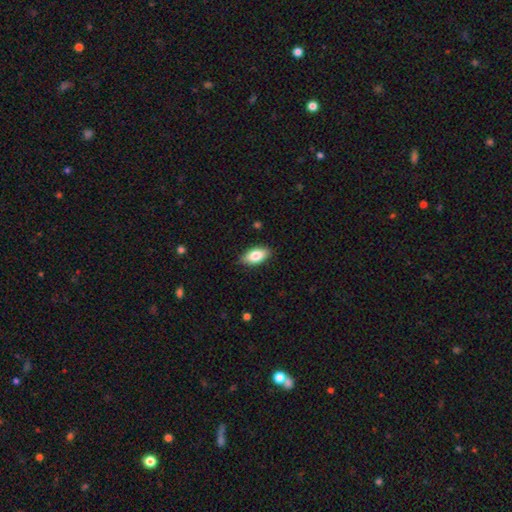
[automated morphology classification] Q: Smooth or featured?
A: smooth (82%); runner-up: featured or disk (11%)
Q: How rounded?
A: in between (91%); runner-up: cigar-shaped (6%)
Q: Merging?
A: none (86%); runner-up: minor disturbance (11%)